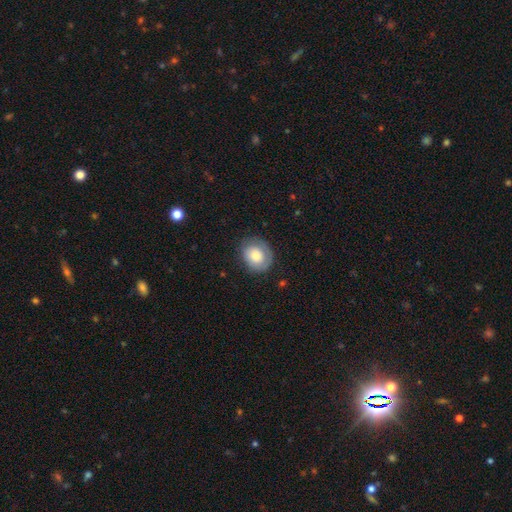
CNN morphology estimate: This appears to be a smooth galaxy with no disk features (73%) that is round (59%). Merging: none (76%).